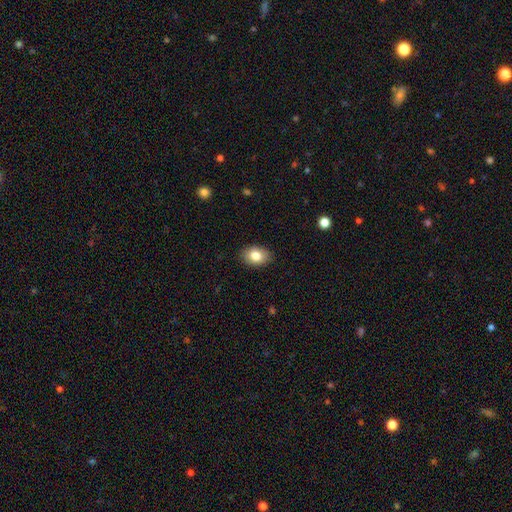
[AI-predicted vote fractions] A smooth galaxy with no disk features (82%) that is in between round and cigar-shaped (77%).

Vote fractions:
- Smooth or featured? smooth: 82% / featured or disk: 10% / star or artifact: 8%
- How rounded? in between: 77% / round: 22% / cigar-shaped: 1%
- Merging? none: 88% / minor disturbance: 9% / major disturbance: 2% / merger: 1%